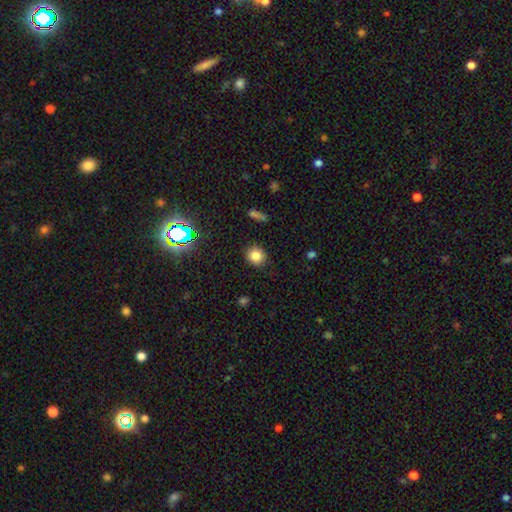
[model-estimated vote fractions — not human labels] smooth_or_featured: smooth (p=0.80) [alt: star or artifact p=0.14]
how_rounded: round (p=0.82) [alt: in between p=0.17]
merging: none (p=0.88) [alt: minor disturbance p=0.08]